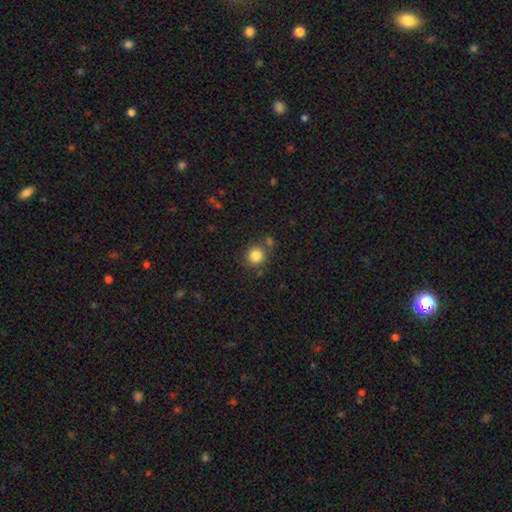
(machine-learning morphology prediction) This is clearly a smooth galaxy (84%). How rounded: clearly round (91%). Merging: likely none (77%).